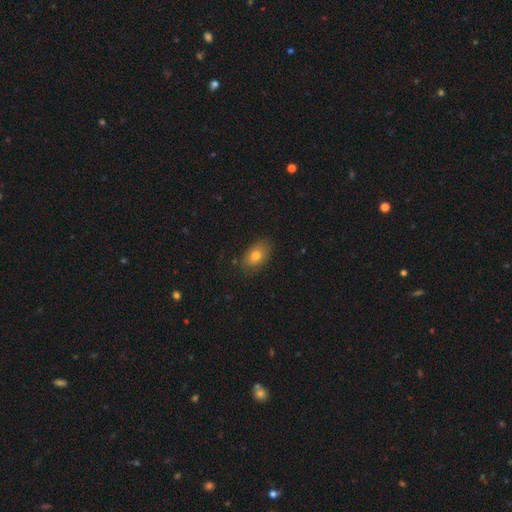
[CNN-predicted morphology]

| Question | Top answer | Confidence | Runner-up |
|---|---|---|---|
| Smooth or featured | smooth | 77% | featured or disk (13%) |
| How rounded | in between | 85% | round (13%) |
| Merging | none | 82% | minor disturbance (14%) |